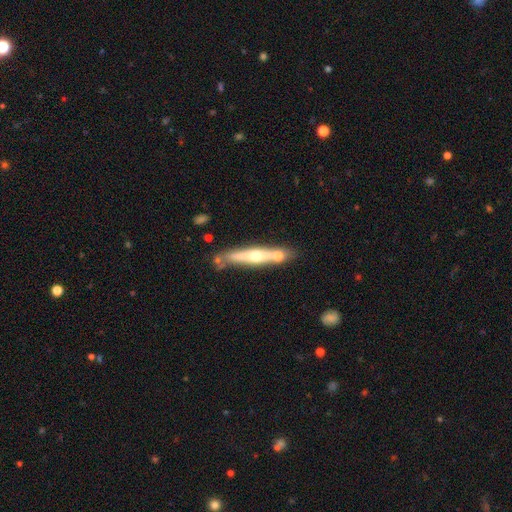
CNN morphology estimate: smooth-or-featured: featured or disk: 58% | smooth: 36% | star or artifact: 6%
  disk-edge-on: yes: 90% | no: 10%
    edge-on-bulge: rounded: 88% | none: 8% | boxy: 4%
  merging: none: 68% | merger: 15% | minor disturbance: 14% | major disturbance: 3%